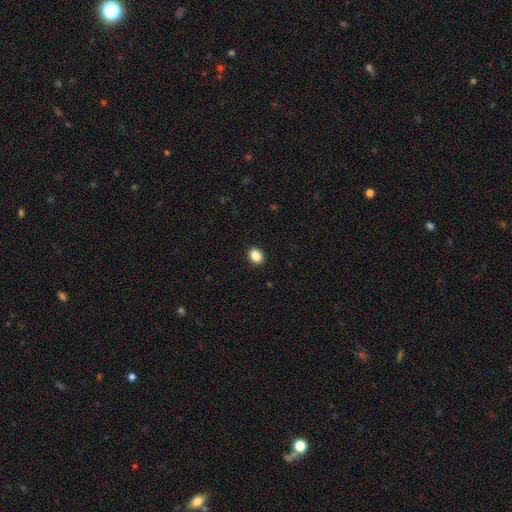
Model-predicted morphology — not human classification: Smooth or featured?
  - smooth: 87% *
  - star or artifact: 9%
  - featured or disk: 4%
How rounded?
  - in between: 58% *
  - round: 41%
  - cigar-shaped: 1%
Merging?
  - none: 92% *
  - minor disturbance: 6%
  - major disturbance: 2%
  - merger: 1%